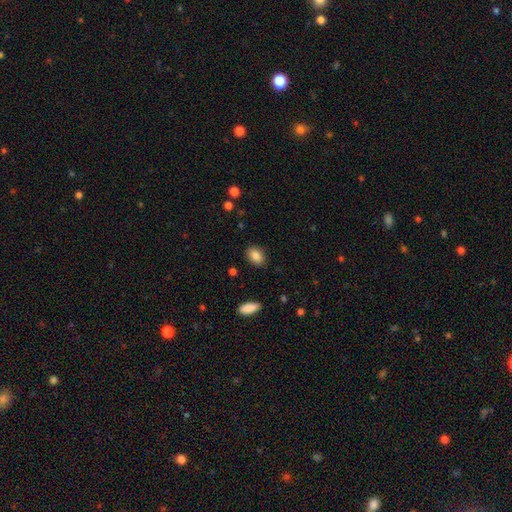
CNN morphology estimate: smooth 86%, star or artifact 8%, featured or disk 6%. Down the decision tree: how rounded — in between (82%); merging — none (87%).